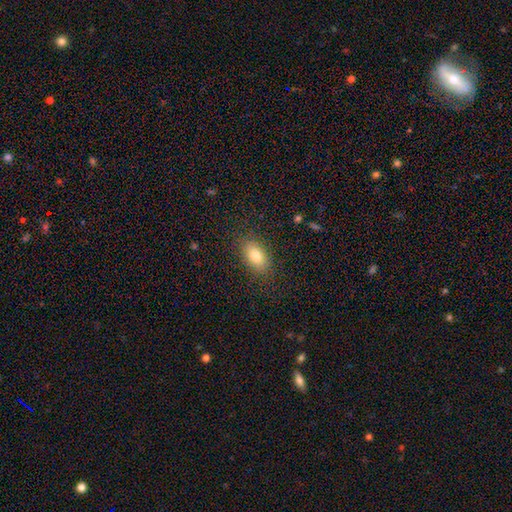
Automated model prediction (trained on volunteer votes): The model was most divided on "smooth or featured": smooth: 80%, featured or disk: 11%, star or artifact: 9%. More confident: how rounded — in between (89%); merging — none (86%).